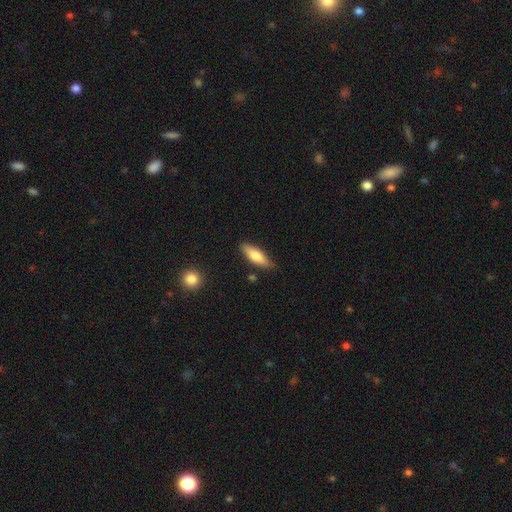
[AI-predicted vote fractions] Q: Smooth or featured?
A: smooth (70%); runner-up: featured or disk (24%)
Q: How rounded?
A: cigar-shaped (54%); runner-up: in between (44%)
Q: Merging?
A: none (80%); runner-up: minor disturbance (15%)